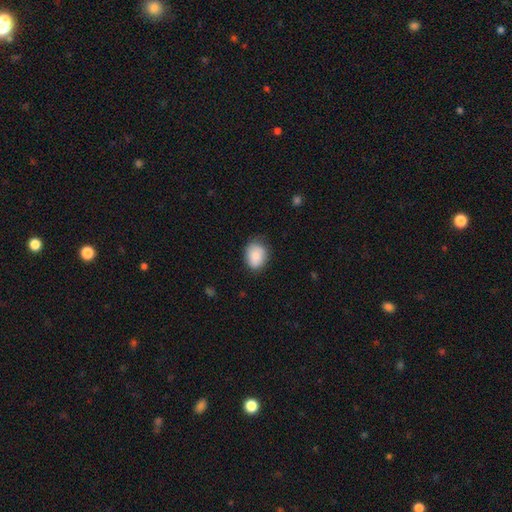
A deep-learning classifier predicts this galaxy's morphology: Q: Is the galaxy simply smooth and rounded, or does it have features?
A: smooth — 84%.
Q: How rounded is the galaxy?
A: in between — 54%.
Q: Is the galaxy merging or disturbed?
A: none — 75%.